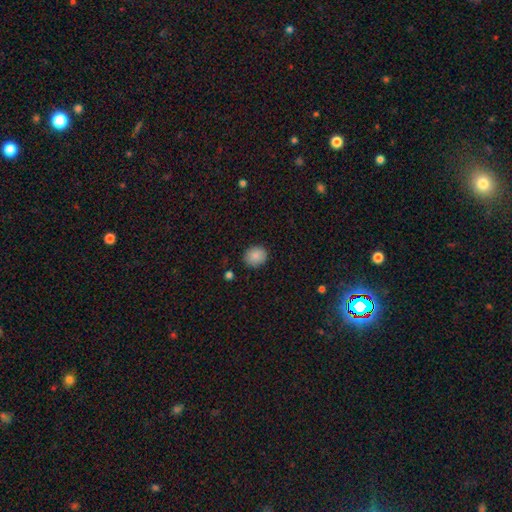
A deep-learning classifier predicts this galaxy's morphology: Q: Smooth or featured?
A: smooth (86%); runner-up: star or artifact (8%)
Q: How rounded?
A: round (67%); runner-up: in between (32%)
Q: Merging?
A: none (87%); runner-up: minor disturbance (9%)